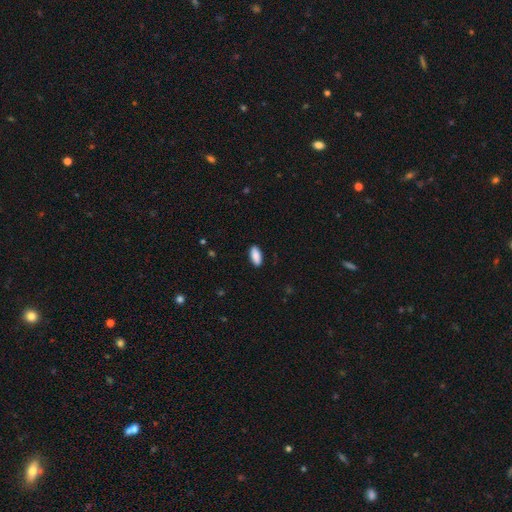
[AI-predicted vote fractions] smooth 90%, star or artifact 6%, featured or disk 4%. Down the decision tree: how rounded — in between (88%); merging — none (89%).